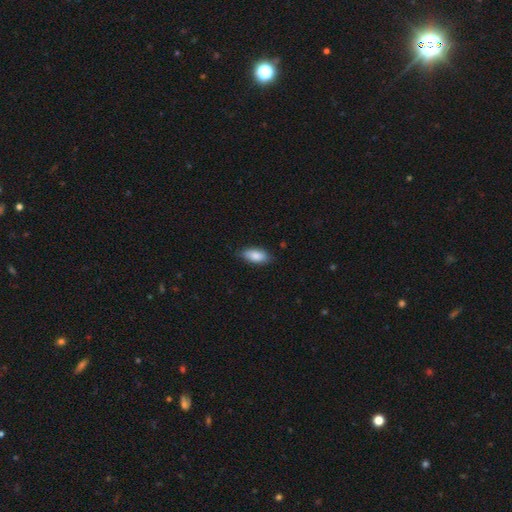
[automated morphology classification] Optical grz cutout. It shows a smooth galaxy with no disk features (85%) that is in between round and cigar-shaped (90%). Merging: none (80%).